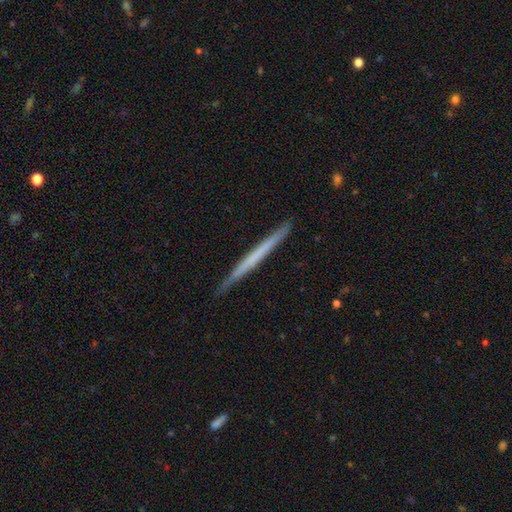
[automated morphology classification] A featured or disk galaxy (49%). Merging: none (90%).